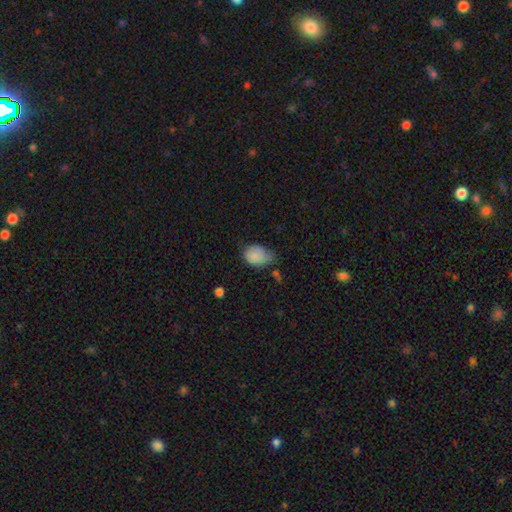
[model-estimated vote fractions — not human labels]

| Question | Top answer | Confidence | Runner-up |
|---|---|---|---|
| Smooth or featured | smooth | 84% | featured or disk (8%) |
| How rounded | in between | 75% | round (24%) |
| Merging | minor disturbance | 43% | none (41%) |